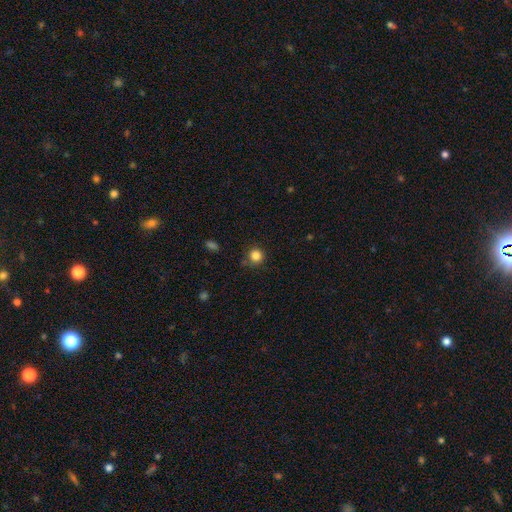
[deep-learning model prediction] Smooth or featured: smooth — 84% (star or artifact — 12%)
How rounded: round — 91% (in between — 8%)
Merging: none — 81% (minor disturbance — 13%)